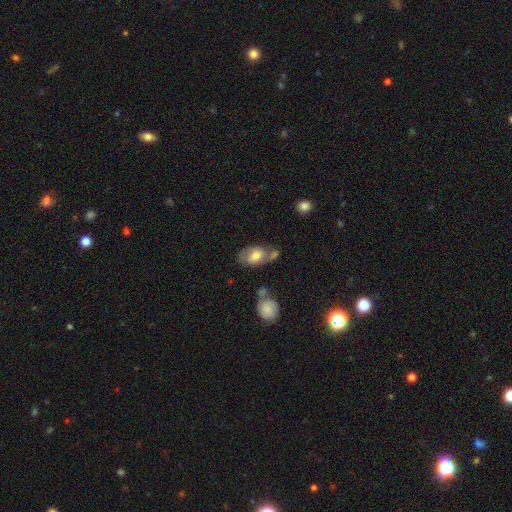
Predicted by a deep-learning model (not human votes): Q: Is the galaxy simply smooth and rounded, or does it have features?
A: smooth — 59%.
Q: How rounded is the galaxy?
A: in between — 86%.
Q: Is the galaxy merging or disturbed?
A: none — 46%.